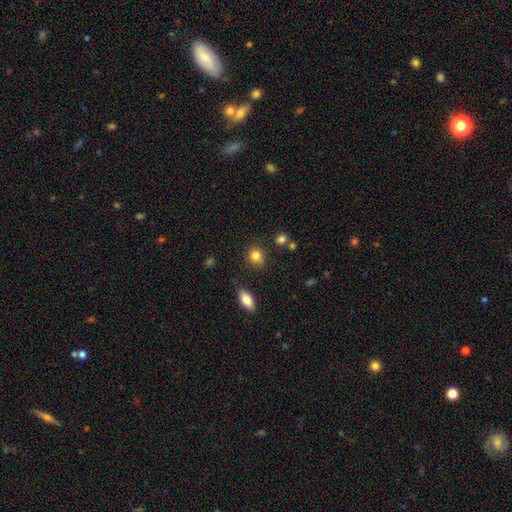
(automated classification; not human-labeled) This appears to be a smooth galaxy with no disk features (84%) that is round (77%). Merging: none (82%).